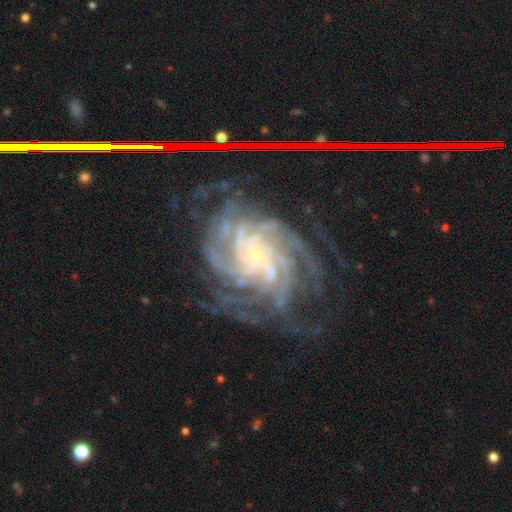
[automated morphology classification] Smooth or featured: featured or disk — 90% (star or artifact — 6%)
Edge-on disk: no — 97% (yes — 3%)
Bar: no — 66% (weak — 24%)
Spiral arms: yes — 98% (no — 2%)
Spiral winding: tight — 69% (medium — 26%)
Spiral arm count: more than 4 — 35% (4 — 23%)
Bulge size: small — 82% (moderate — 10%)
Merging: none — 69% (minor disturbance — 17%)